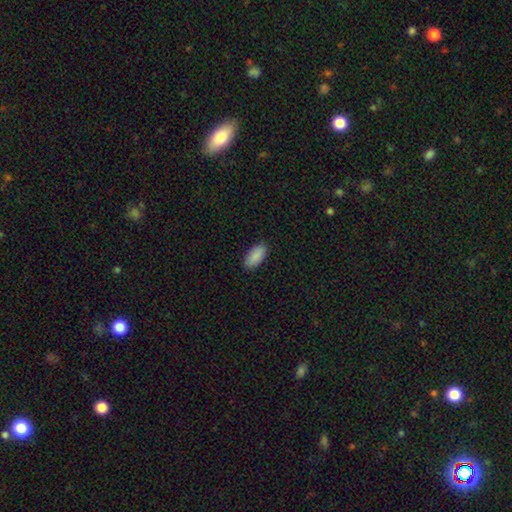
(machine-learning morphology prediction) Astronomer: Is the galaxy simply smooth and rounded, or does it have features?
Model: smooth — 90%.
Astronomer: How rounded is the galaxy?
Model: in between — 91%.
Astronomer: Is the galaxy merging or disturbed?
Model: none — 88%.